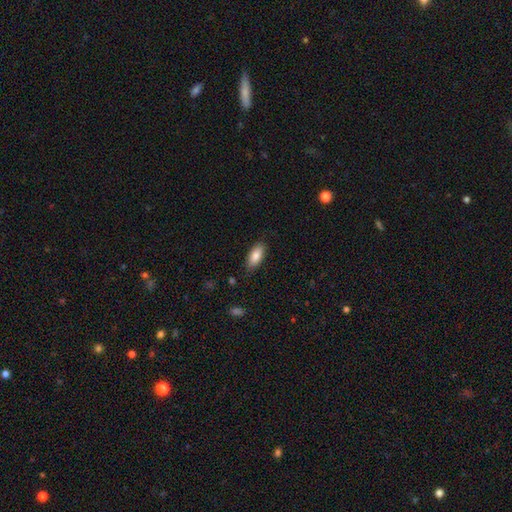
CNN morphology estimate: Smooth or featured: smooth — 83% (featured or disk — 10%)
How rounded: in between — 83% (cigar-shaped — 14%)
Merging: none — 84% (minor disturbance — 13%)